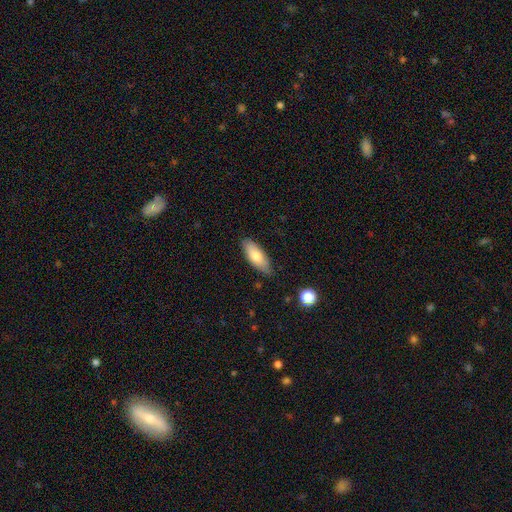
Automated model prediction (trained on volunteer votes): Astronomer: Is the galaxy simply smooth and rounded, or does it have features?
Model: smooth — 75%.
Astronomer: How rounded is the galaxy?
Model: in between — 74%.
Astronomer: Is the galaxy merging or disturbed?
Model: none — 81%.